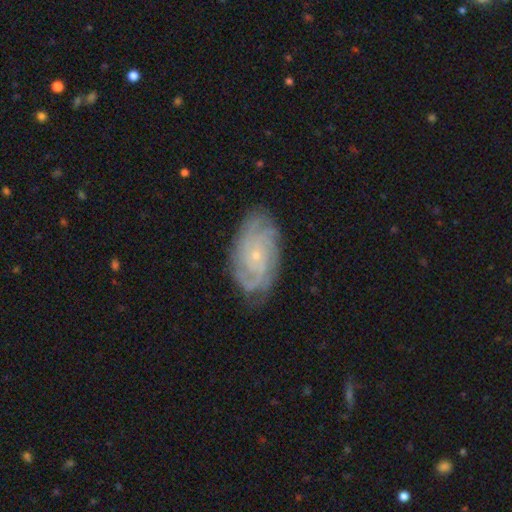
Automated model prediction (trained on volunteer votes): Q: Smooth or featured?
A: featured or disk (83%); runner-up: smooth (11%)
Q: Edge-on disk?
A: no (95%); runner-up: yes (5%)
Q: Bar?
A: no (78%); runner-up: weak (19%)
Q: Spiral arms?
A: yes (96%); runner-up: no (4%)
Q: Spiral winding?
A: tight (73%); runner-up: medium (23%)
Q: Spiral arm count?
A: can't tell (34%); runner-up: 4 (20%)
Q: Bulge size?
A: small (82%); runner-up: moderate (14%)
Q: Merging?
A: none (79%); runner-up: minor disturbance (16%)